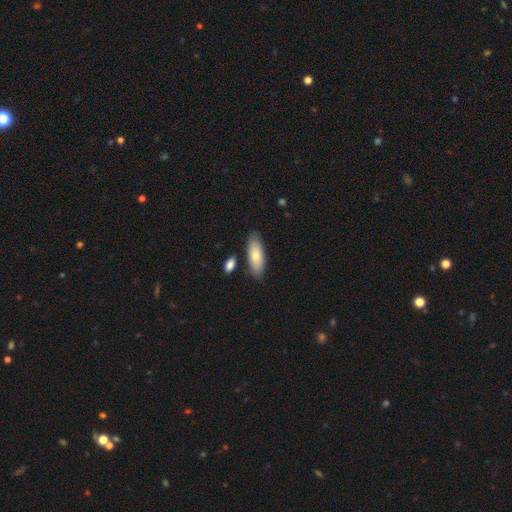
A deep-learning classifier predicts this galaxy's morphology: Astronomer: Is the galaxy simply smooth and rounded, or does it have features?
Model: smooth — 75%.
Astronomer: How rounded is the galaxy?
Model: in between — 74%.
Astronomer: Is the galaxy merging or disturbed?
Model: none — 81%.